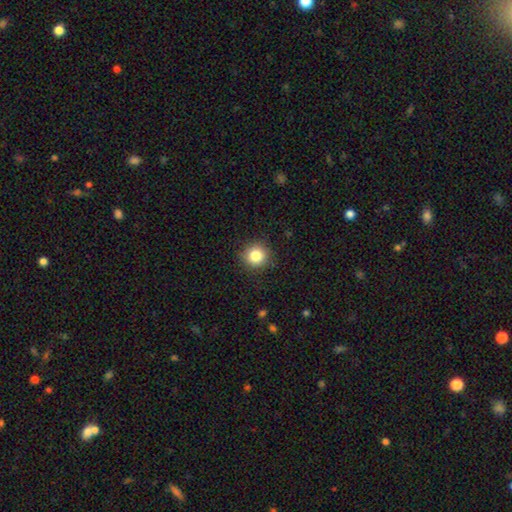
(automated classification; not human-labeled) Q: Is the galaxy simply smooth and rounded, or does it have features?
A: smooth — 83%.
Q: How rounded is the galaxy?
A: round — 93%.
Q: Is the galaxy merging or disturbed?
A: none — 89%.